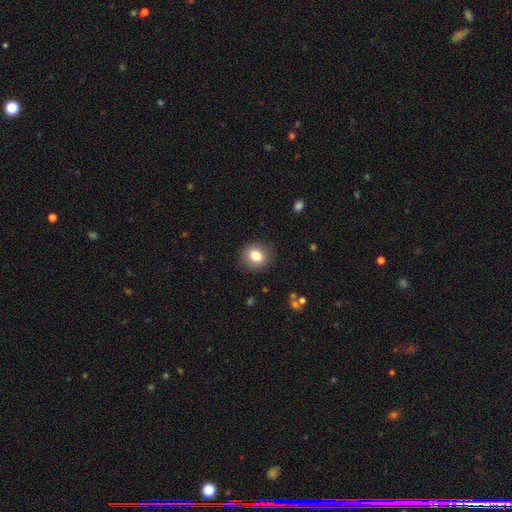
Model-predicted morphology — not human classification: smooth-or-featured: smooth: 81% | star or artifact: 10% | featured or disk: 9%
  how-rounded: round: 78% | in between: 21% | cigar-shaped: 1%
  merging: none: 89% | minor disturbance: 7% | major disturbance: 2% | merger: 1%